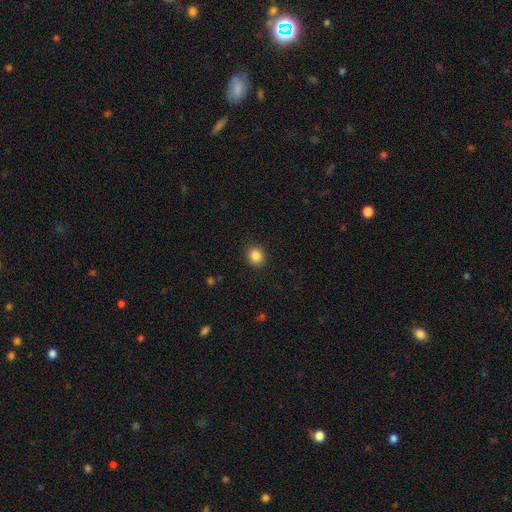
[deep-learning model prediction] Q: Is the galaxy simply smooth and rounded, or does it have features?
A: smooth — 86%.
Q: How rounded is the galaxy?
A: round — 81%.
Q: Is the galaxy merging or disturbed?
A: none — 90%.